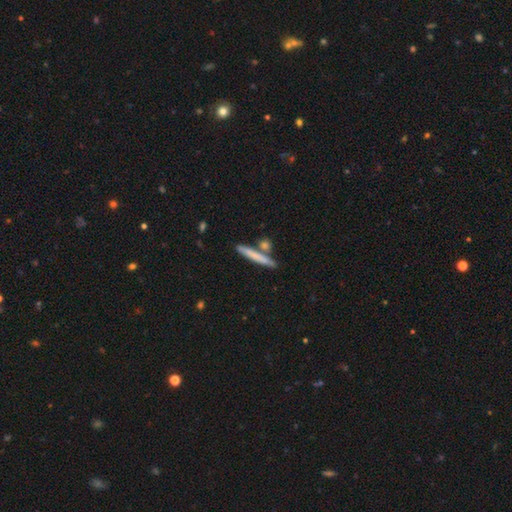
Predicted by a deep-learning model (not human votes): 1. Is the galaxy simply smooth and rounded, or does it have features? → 69% smooth, 25% featured or disk, 6% star or artifact.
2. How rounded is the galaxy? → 93% cigar-shaped, 5% in between, 2% round.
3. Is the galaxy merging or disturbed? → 73% none, 14% merger, 10% minor disturbance, 3% major disturbance.